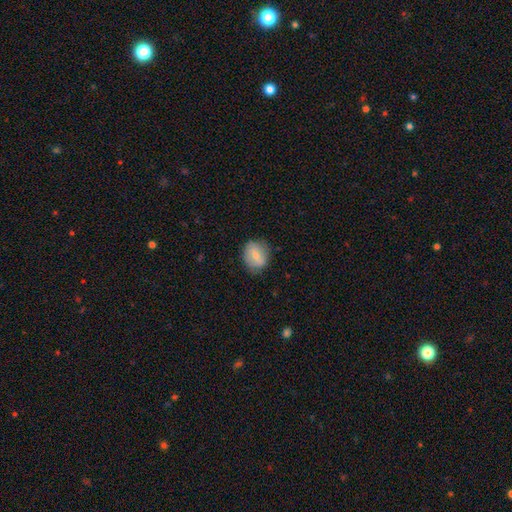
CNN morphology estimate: Smooth or featured? smooth (70%)
How rounded? round (62%)
Merging? none (78%)